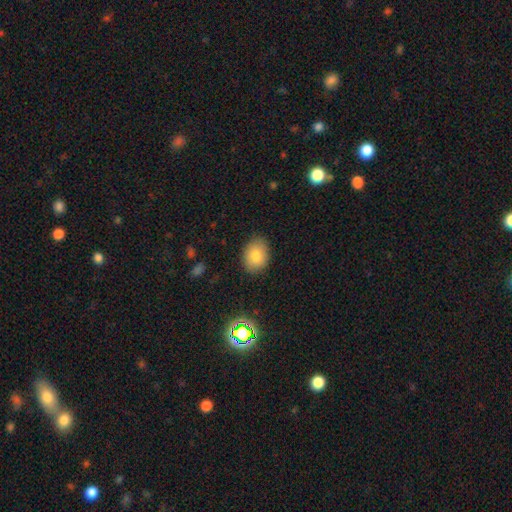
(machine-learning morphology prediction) A smooth galaxy with no disk features (80%) that is in between round and cigar-shaped (64%). Merging: none (85%).